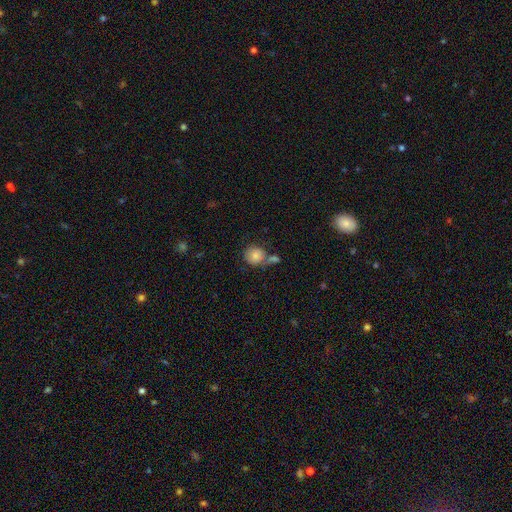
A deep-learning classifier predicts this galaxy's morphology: Smooth or featured? smooth (82%)
How rounded? round (85%)
Merging? none (50%)